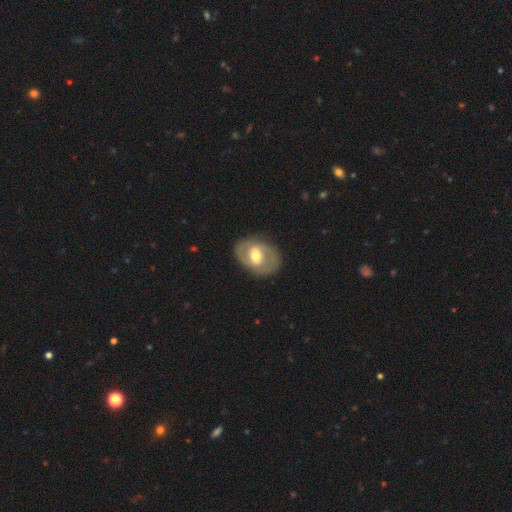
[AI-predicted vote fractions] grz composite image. It shows a featured or disk galaxy (64%) with a weak bar (45%), spiral arms (57%) and a moderate central bulge (70%). Merging: none (82%).